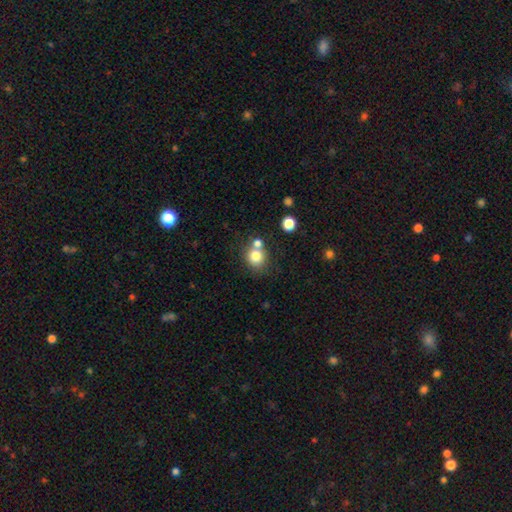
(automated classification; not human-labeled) Smooth or featured? smooth (79%)
How rounded? round (83%)
Merging? none (59%)